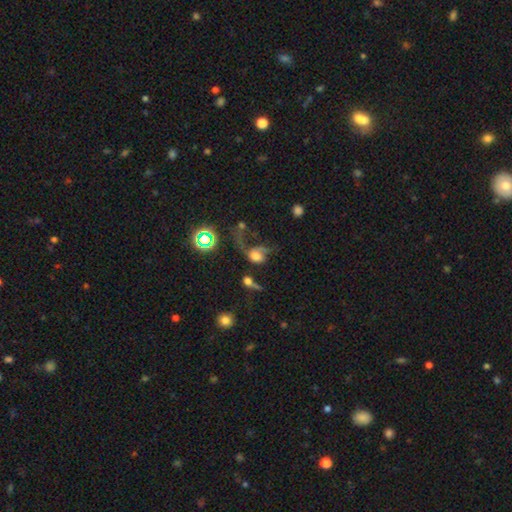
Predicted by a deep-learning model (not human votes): smooth-or-featured: featured or disk: 43% | smooth: 40% | star or artifact: 17%
  merging: major disturbance: 46% | merger: 21% | none: 21% | minor disturbance: 12%